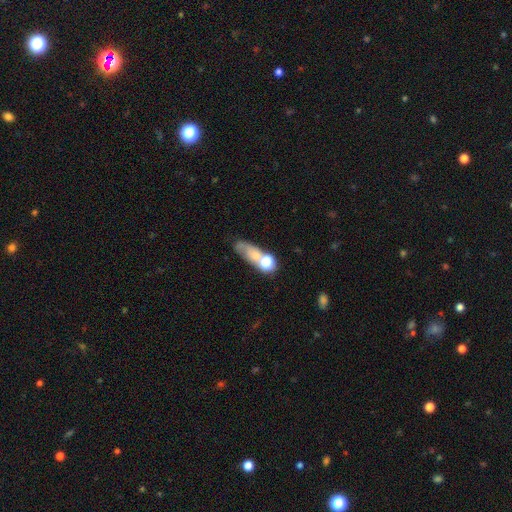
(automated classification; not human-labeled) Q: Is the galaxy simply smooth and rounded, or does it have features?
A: smooth — 58%.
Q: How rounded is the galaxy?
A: in between — 52%.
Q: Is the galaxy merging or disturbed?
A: none — 38%.